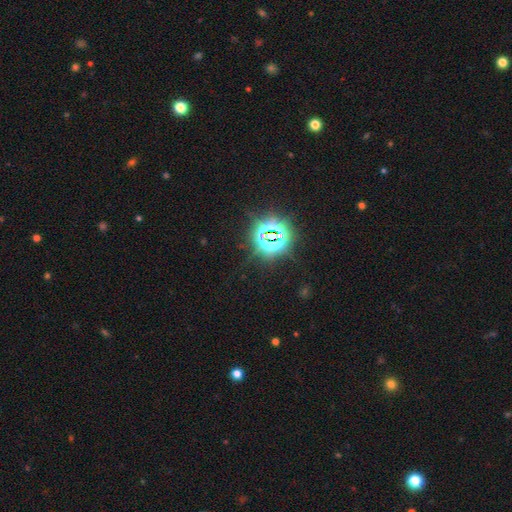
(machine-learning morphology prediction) Smooth or featured?
  - star or artifact: 83% *
  - smooth: 11%
  - featured or disk: 6%